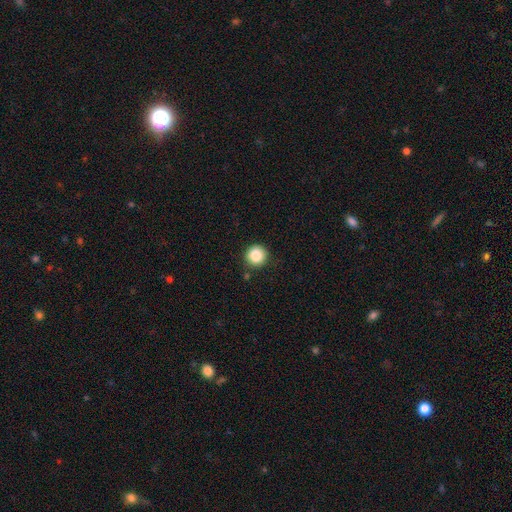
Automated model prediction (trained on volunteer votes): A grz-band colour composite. It shows a smooth galaxy with no disk features (86%) that is round (94%). Merging: none (88%).